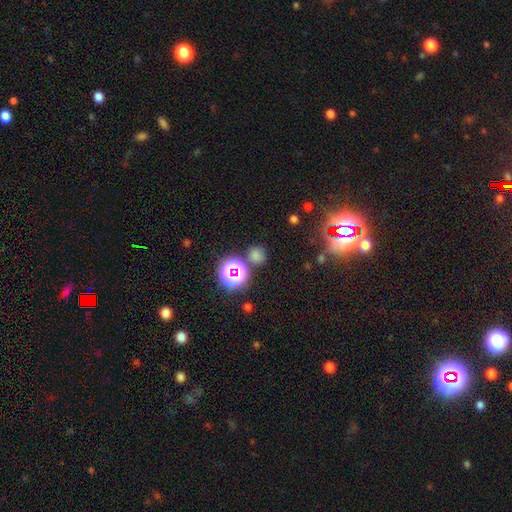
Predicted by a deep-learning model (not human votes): smooth-or-featured: smooth: 65% | star or artifact: 30% | featured or disk: 6%
  how-rounded: round: 89% | in between: 10% | cigar-shaped: 1%
  merging: none: 78% | minor disturbance: 10% | merger: 8% | major disturbance: 4%